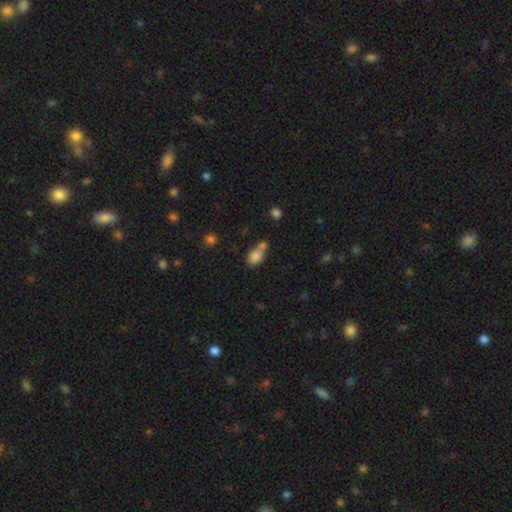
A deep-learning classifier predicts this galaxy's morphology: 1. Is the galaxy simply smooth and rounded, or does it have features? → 80% smooth, 10% star or artifact, 10% featured or disk.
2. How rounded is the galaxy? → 84% in between, 11% round, 5% cigar-shaped.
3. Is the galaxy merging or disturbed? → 41% merger, 36% none, 16% minor disturbance, 6% major disturbance.